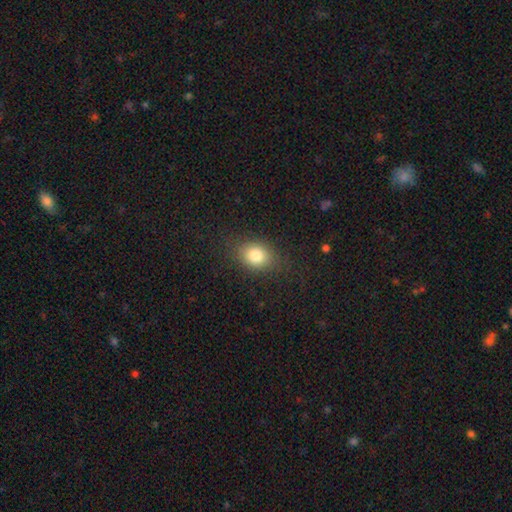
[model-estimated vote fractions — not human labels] This appears to be a smooth galaxy with no disk features (79%) that is in between round and cigar-shaped (55%). Merging: none (82%).